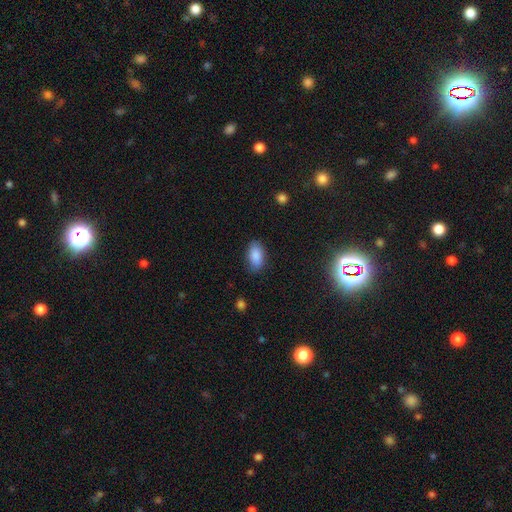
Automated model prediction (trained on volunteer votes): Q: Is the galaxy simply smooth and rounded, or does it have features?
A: smooth — 87%.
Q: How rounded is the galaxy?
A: in between — 92%.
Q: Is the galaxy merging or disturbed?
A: none — 82%.